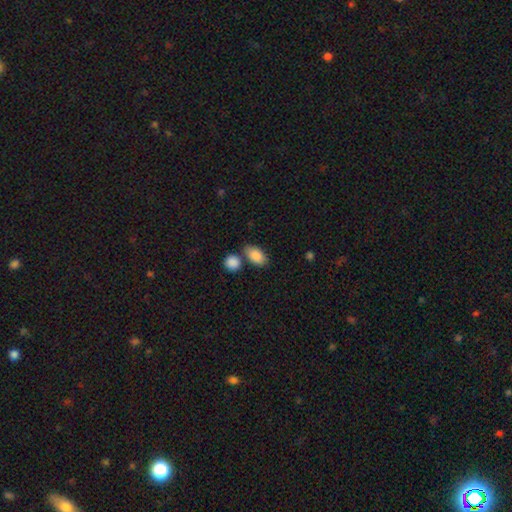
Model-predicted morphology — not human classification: Smooth or featured: smooth — 88% (star or artifact — 7%)
How rounded: in between — 90% (round — 8%)
Merging: none — 61% (merger — 22%)